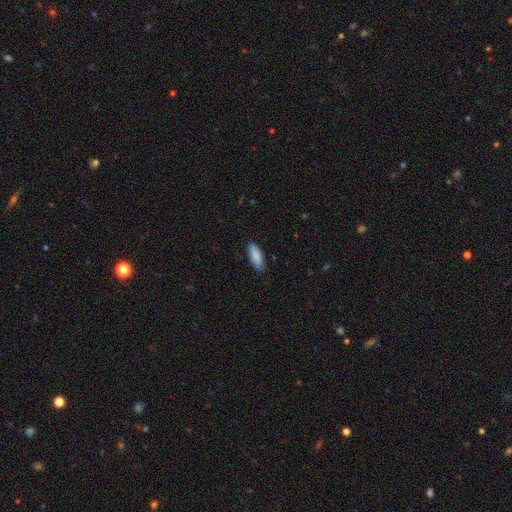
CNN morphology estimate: smooth 89%, star or artifact 6%, featured or disk 5%. Down the decision tree: how rounded — in between (67%); merging — none (87%).